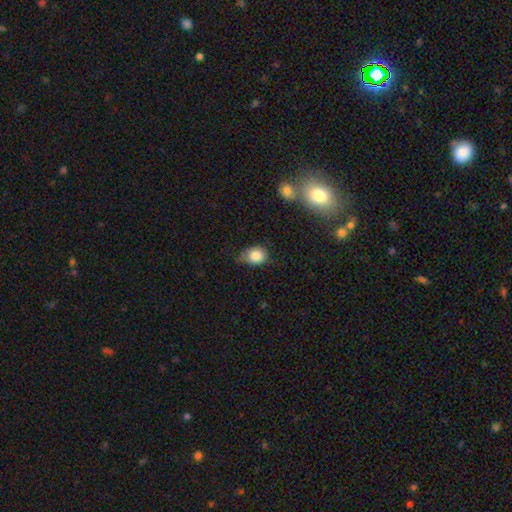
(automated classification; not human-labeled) Smooth or featured? Predicted: smooth (p=0.83). How rounded? Predicted: in between (p=0.52). Merging? Predicted: none (p=0.53).